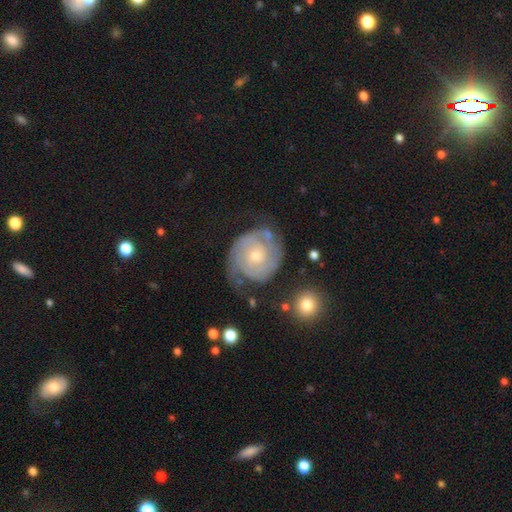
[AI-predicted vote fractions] smooth-or-featured: featured or disk: 85% | smooth: 10% | star or artifact: 6%
  disk-edge-on: no: 98% | yes: 2%
    bar: no: 76% | weak: 20% | strong: 4%
    has-spiral-arms: yes: 95% | no: 5%
      spiral-winding: tight: 65% | medium: 27% | loose: 8%
      spiral-arm-count: 2: 66% | can't tell: 16% | 3: 8% | 1: 4% | 4: 3% | more than 4: 3%
    bulge-size: small: 65% | moderate: 31% | large: 1% | none: 1% | dominant: 1%
  merging: none: 64% | minor disturbance: 21% | major disturbance: 12% | merger: 4%